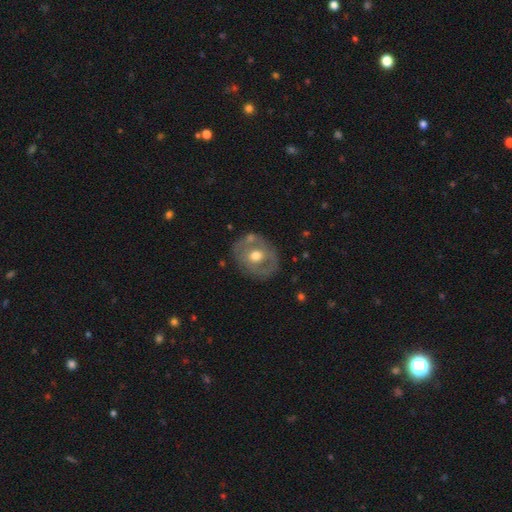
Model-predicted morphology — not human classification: This is possibly a featured or disk galaxy (57%). It is clearly not viewed edge-on (95%). Bar: likely no (73%). Spiral arm pattern: likely no (73%). Central bulge: likely moderate (77%). Merging: likely none (71%).